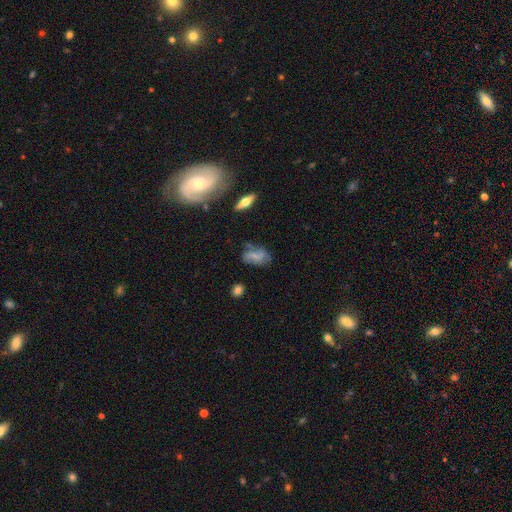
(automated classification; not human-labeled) The model was most divided on "smooth or featured": smooth: 49%, featured or disk: 41%, star or artifact: 10%. More confident: merging — none (58%).